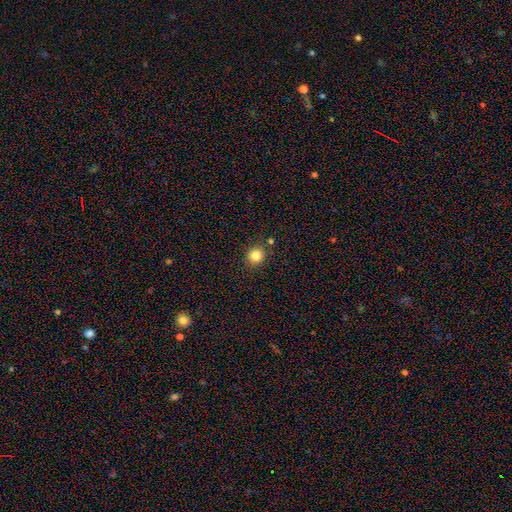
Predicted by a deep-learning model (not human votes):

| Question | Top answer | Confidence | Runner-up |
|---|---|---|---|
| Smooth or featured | smooth | 83% | star or artifact (12%) |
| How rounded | round | 84% | in between (16%) |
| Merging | none | 86% | minor disturbance (8%) |